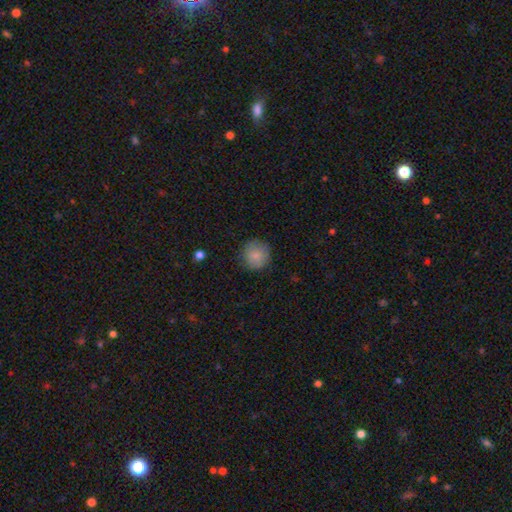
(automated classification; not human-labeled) smooth 84%, star or artifact 8%, featured or disk 8%. Down the decision tree: how rounded — round (92%); merging — none (83%).